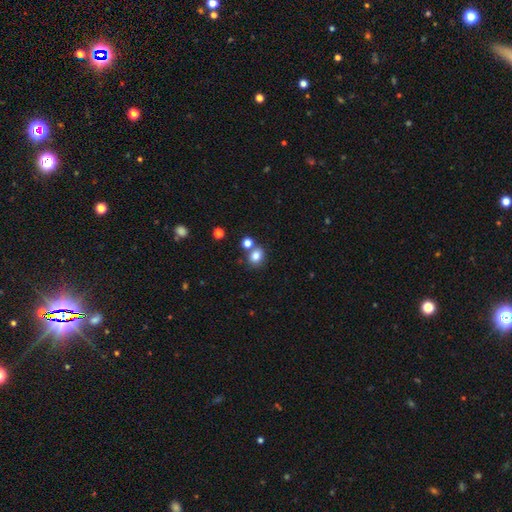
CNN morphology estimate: This appears to be a smooth galaxy with no disk features (81%) that is round (56%). Merging: none (67%).